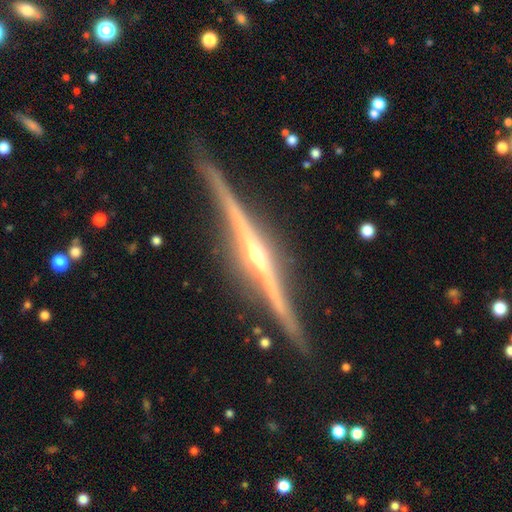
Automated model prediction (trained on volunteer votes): Q: Smooth or featured?
A: featured or disk (90%); runner-up: smooth (6%)
Q: Edge-on disk?
A: yes (98%); runner-up: no (2%)
Q: Edge-on bulge?
A: rounded (87%); runner-up: none (8%)
Q: Merging?
A: none (88%); runner-up: minor disturbance (9%)